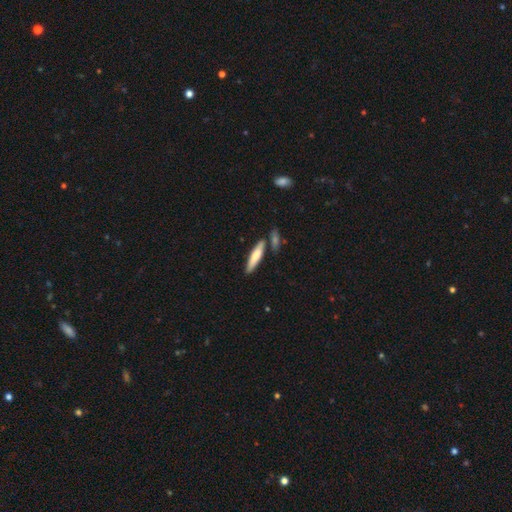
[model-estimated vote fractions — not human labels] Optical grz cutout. It shows a smooth galaxy with no disk features (66%) that is cigar-shaped (80%). Merging: none (73%).